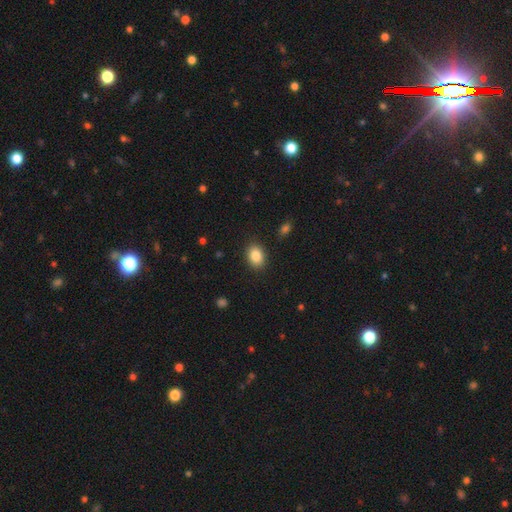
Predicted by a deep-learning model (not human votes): smooth-or-featured: smooth: 86% | star or artifact: 8% | featured or disk: 5%
  how-rounded: in between: 67% | round: 32% | cigar-shaped: 1%
  merging: none: 89% | minor disturbance: 8% | major disturbance: 2% | merger: 1%